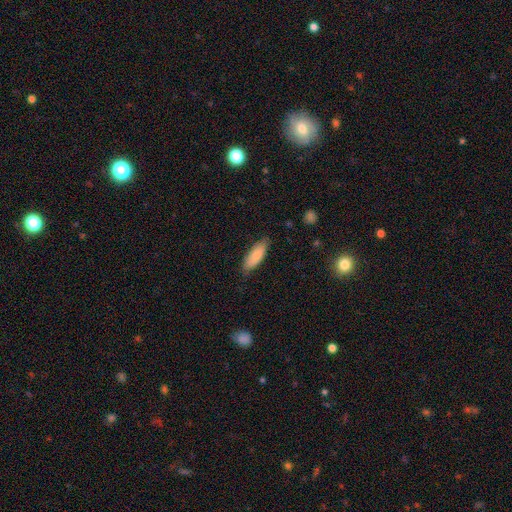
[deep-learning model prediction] Morphology: type=smooth (86%); roundness=in between (65%); merging=none (79%).